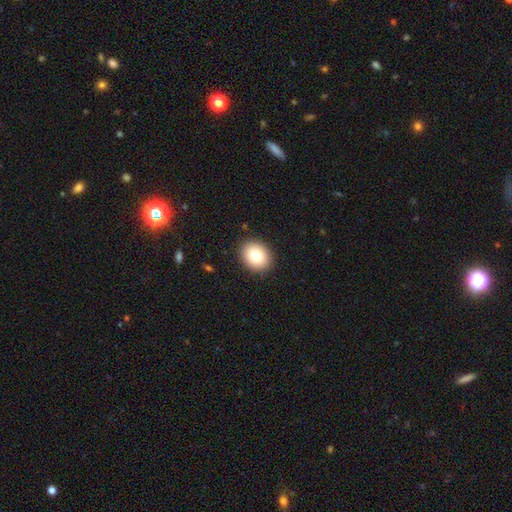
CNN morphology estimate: smooth-or-featured: smooth: 82% | featured or disk: 9% | star or artifact: 9%
  how-rounded: round: 59% | in between: 41% | cigar-shaped: 1%
  merging: none: 90% | minor disturbance: 7% | major disturbance: 2% | merger: 1%